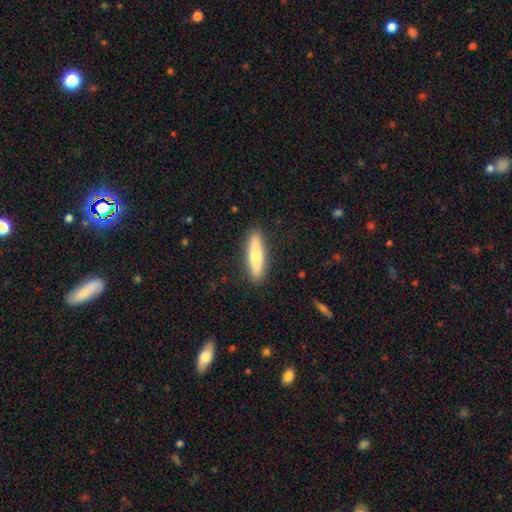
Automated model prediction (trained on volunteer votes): Overall: smooth (71%). How rounded: cigar-shaped (81%). Merging: none (90%).